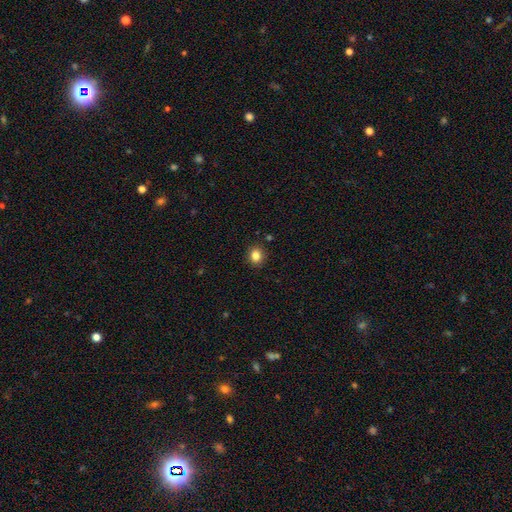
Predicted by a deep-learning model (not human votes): smooth 84%, star or artifact 11%, featured or disk 5%. Down the decision tree: how rounded — round (69%); merging — none (90%).